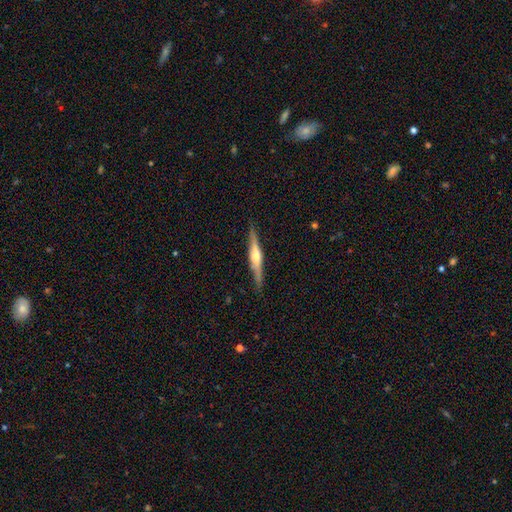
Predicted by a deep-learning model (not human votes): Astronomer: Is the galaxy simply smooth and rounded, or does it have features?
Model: featured or disk — 75%.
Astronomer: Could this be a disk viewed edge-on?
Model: yes — 98%.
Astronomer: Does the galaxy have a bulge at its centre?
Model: rounded — 84%.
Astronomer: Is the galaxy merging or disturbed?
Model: none — 89%.